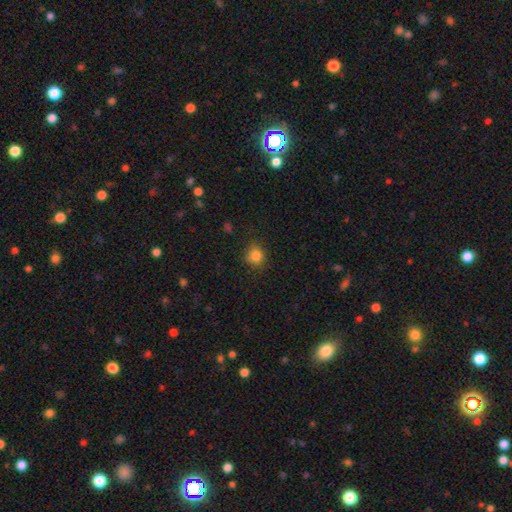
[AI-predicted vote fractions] smooth_or_featured: smooth (p=0.84) [alt: star or artifact p=0.12]
how_rounded: round (p=0.76) [alt: in between p=0.23]
merging: none (p=0.80) [alt: minor disturbance p=0.15]